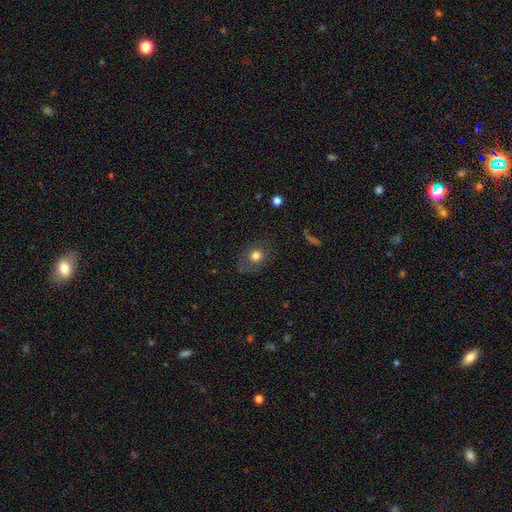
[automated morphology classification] This is likely a smooth galaxy (69%). How rounded: likely round (60%). Merging: likely none (76%).